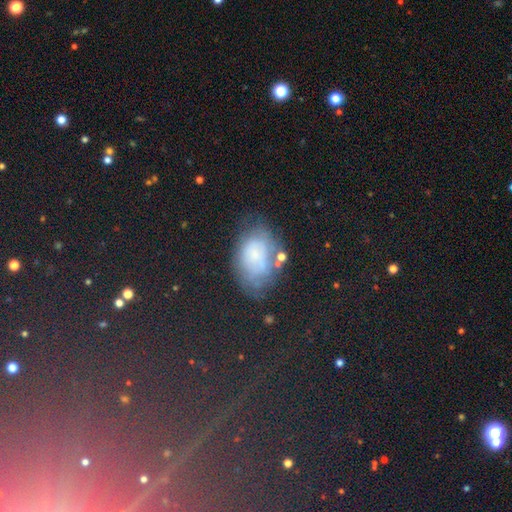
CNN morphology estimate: A smooth galaxy with no disk features (51%) that is in between round and cigar-shaped (84%). Merging: none (50%).